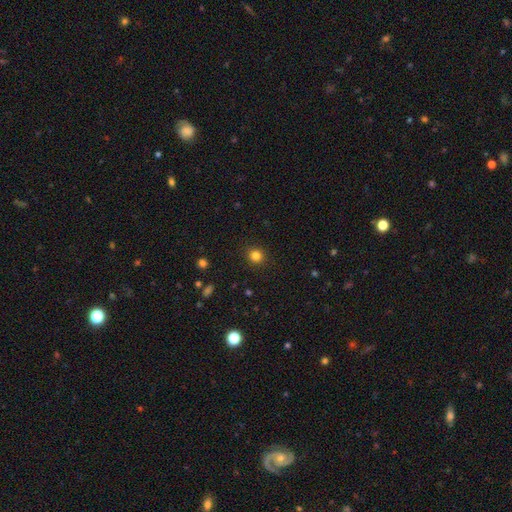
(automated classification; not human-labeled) Morphology: type=smooth (82%); roundness=round (89%); merging=none (91%).